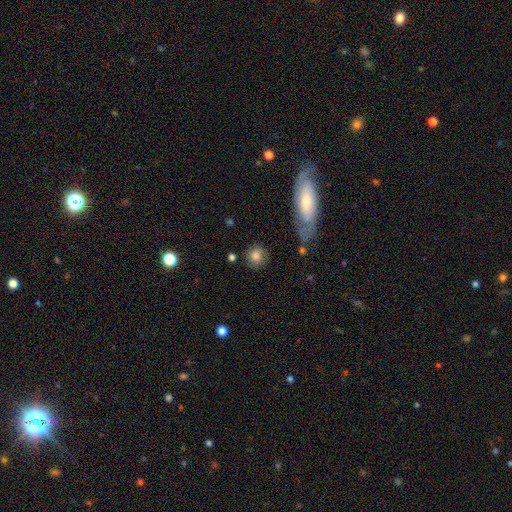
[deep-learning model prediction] A smooth galaxy with no disk features (79%) that is round (82%). Merging: none (81%).